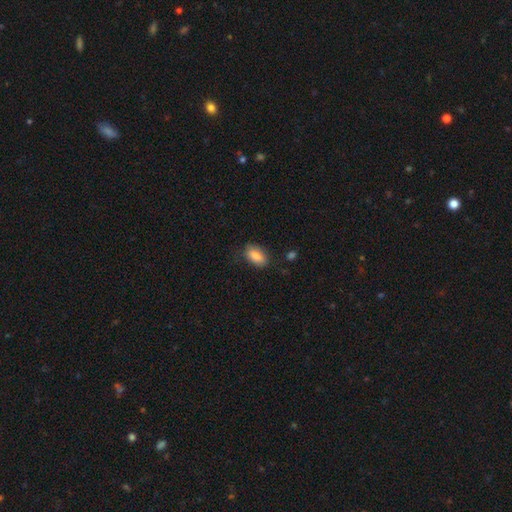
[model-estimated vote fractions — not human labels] Q: Smooth or featured?
A: smooth (86%); runner-up: star or artifact (7%)
Q: How rounded?
A: in between (91%); runner-up: round (6%)
Q: Merging?
A: none (78%); runner-up: minor disturbance (16%)